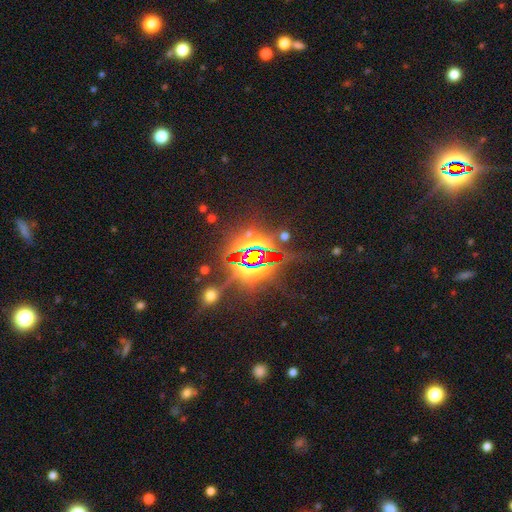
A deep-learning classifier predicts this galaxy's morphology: Smooth or featured: star or artifact — 85% (featured or disk — 9%)